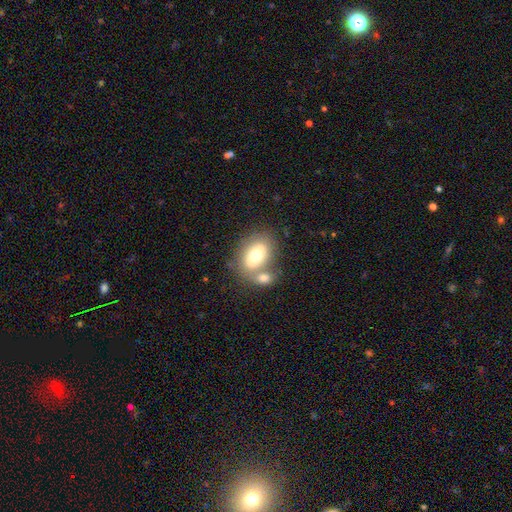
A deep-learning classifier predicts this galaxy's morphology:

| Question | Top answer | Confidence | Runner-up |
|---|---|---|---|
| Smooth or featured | smooth | 67% | featured or disk (25%) |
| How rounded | in between | 77% | round (22%) |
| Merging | none | 42% | merger (41%) |